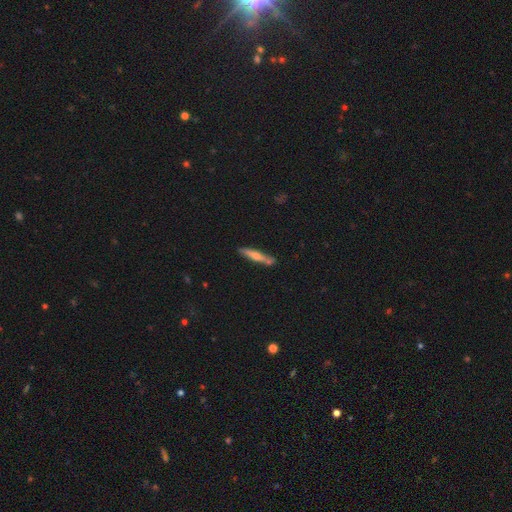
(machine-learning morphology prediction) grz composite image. It shows a featured or disk galaxy (48%). Merging: none (76%).